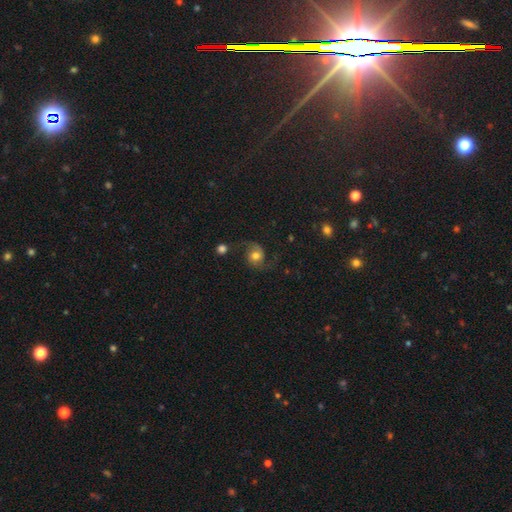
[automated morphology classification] Smooth or featured? featured or disk (68%)
Edge-on disk? no (98%)
Bar? no (73%)
Spiral arms? yes (94%)
Spiral winding? loose (60%)
Spiral arm count? 2 (91%)
Bulge size? moderate (65%)
Merging? none (69%)